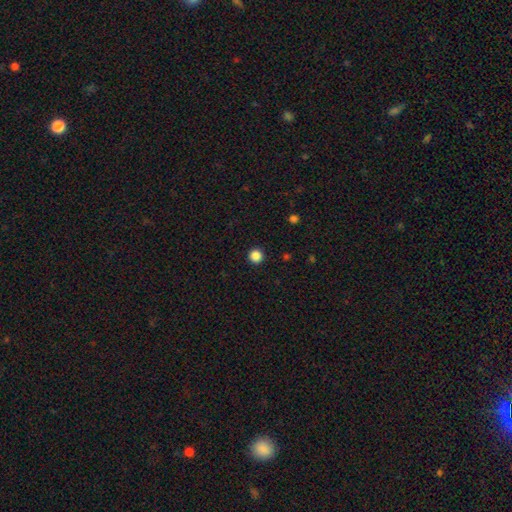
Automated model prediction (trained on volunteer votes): A smooth galaxy with no disk features (86%) that is round (96%).

Vote fractions:
- Smooth or featured? smooth: 86% / star or artifact: 11% / featured or disk: 3%
- How rounded? round: 96% / in between: 3% / cigar-shaped: 1%
- Merging? none: 93% / minor disturbance: 4% / major disturbance: 2% / merger: 1%